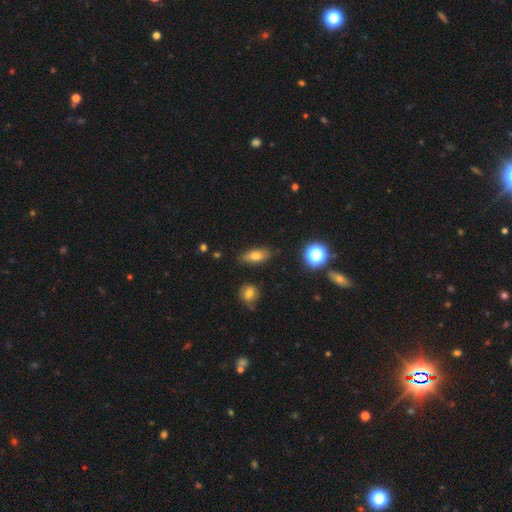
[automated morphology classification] Overall: smooth (73%). How rounded: in between (74%). Merging: none (84%).